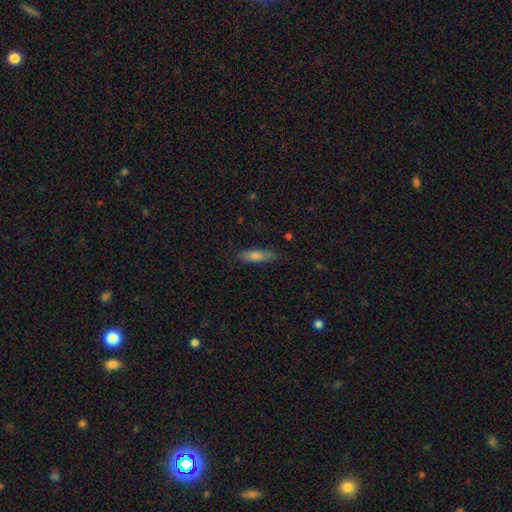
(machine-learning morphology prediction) type=smooth (68%); roundness=cigar-shaped (68%); merging=none (84%).